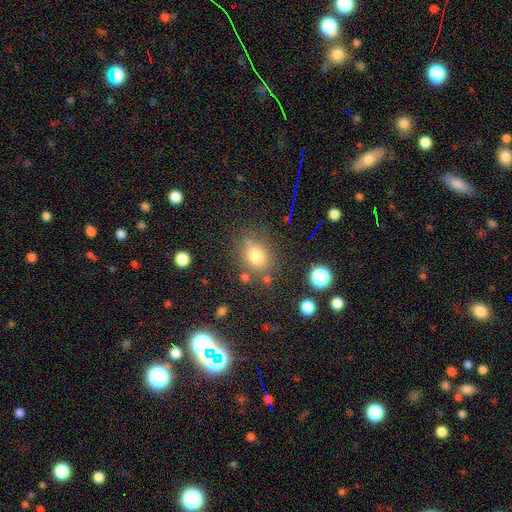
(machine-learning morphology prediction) smooth 76%, star or artifact 15%, featured or disk 9%. Down the decision tree: how rounded — round (67%); merging — none (74%).